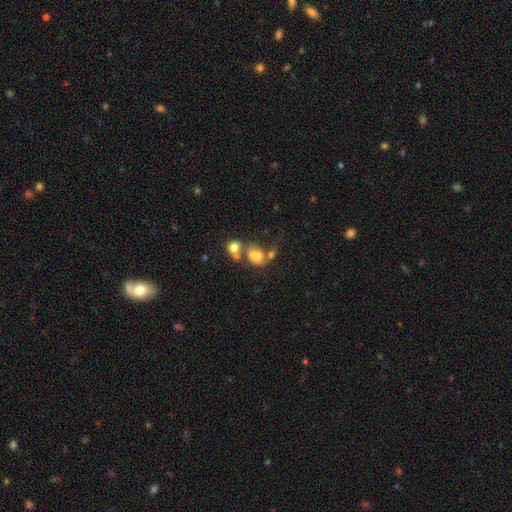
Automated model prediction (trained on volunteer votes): Smooth or featured? Predicted: smooth (p=0.64). How rounded? Predicted: in between (p=0.65). Merging? Predicted: merger (p=0.49).